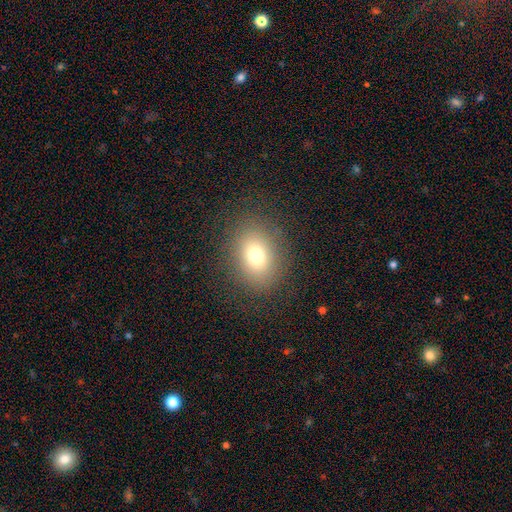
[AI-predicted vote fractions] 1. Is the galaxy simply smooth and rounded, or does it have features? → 75% smooth, 14% star or artifact, 11% featured or disk.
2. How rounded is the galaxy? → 51% in between, 48% round, 1% cigar-shaped.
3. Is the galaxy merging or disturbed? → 86% none, 9% minor disturbance, 4% major disturbance, 1% merger.